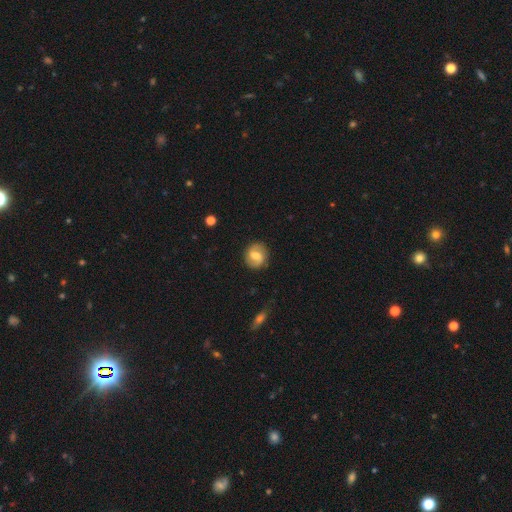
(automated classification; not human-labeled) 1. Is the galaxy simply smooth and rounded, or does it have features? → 53% featured or disk, 40% smooth, 8% star or artifact.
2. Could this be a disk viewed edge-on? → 97% no, 3% yes.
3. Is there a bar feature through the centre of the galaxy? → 52% weak, 24% no, 24% strong.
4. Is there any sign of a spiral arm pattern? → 83% yes, 17% no.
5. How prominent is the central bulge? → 56% moderate, 21% small, 16% large, 6% none, 2% dominant.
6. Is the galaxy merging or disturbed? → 83% none, 12% minor disturbance, 4% major disturbance, 1% merger.